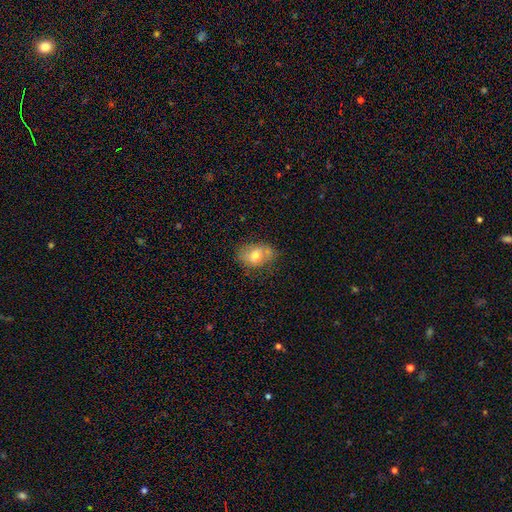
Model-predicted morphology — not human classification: Q: Smooth or featured?
A: smooth (67%); runner-up: featured or disk (24%)
Q: How rounded?
A: in between (73%); runner-up: round (25%)
Q: Merging?
A: none (62%); runner-up: minor disturbance (24%)